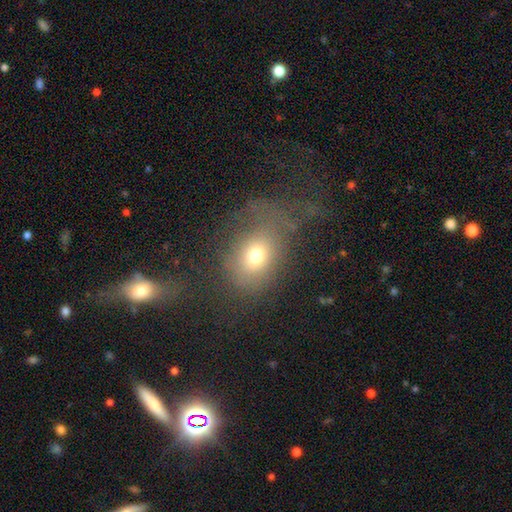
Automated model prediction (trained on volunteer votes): smooth_or_featured: smooth (p=0.68) [alt: featured or disk p=0.18]
how_rounded: in between (p=0.52) [alt: round p=0.47]
merging: none (p=0.38) [tied with: major disturbance p=0.38]